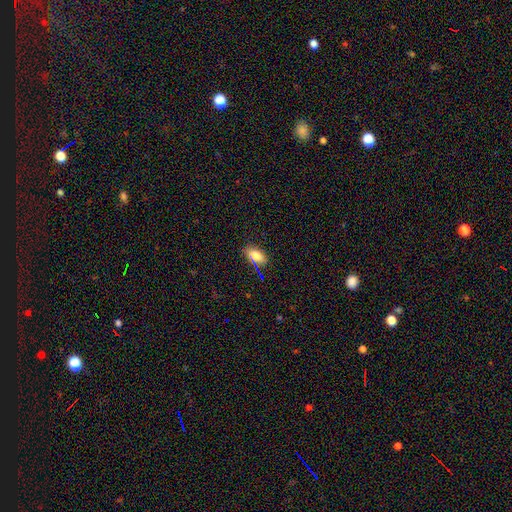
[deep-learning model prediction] A smooth galaxy with no disk features (79%) that is in between round and cigar-shaped (89%).

Vote fractions:
- Smooth or featured? smooth: 79% / star or artifact: 12% / featured or disk: 9%
- How rounded? in between: 89% / cigar-shaped: 6% / round: 6%
- Merging? none: 77% / minor disturbance: 17% / major disturbance: 4% / merger: 2%